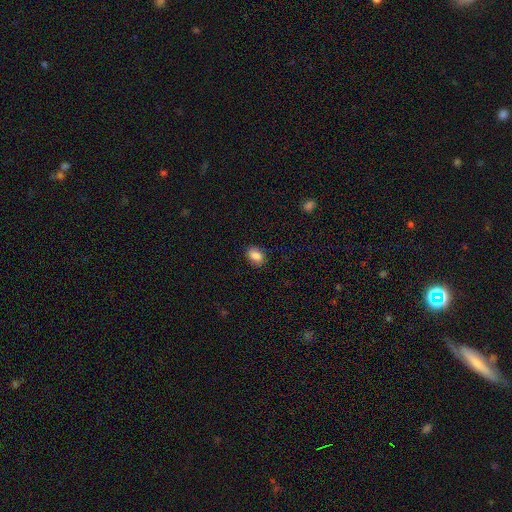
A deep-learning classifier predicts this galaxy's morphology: Smooth or featured? smooth (85%)
How rounded? in between (77%)
Merging? none (85%)